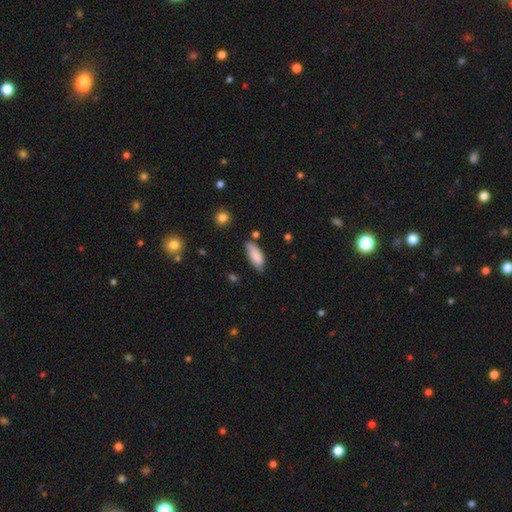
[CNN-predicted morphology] This appears to be a smooth galaxy with no disk features (86%) that is in between round and cigar-shaped (78%). Merging: none (70%).